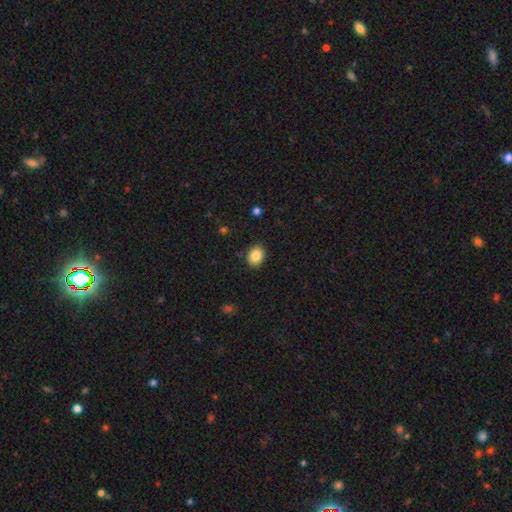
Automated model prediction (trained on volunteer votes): smooth-or-featured: smooth: 86% | star or artifact: 9% | featured or disk: 5%
  how-rounded: in between: 57% | round: 43% | cigar-shaped: 1%
  merging: none: 88% | minor disturbance: 9% | major disturbance: 2% | merger: 1%